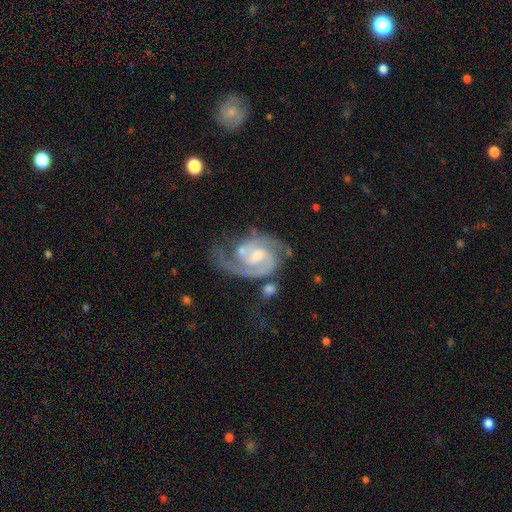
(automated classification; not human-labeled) Morphology: type=featured or disk (90%); edge-on=no (98%); bar=weak (53%); spiral arms=yes (98%); winding=medium (50%); arm count=2 (83%); bulge=moderate (46%); merging=none (55%).